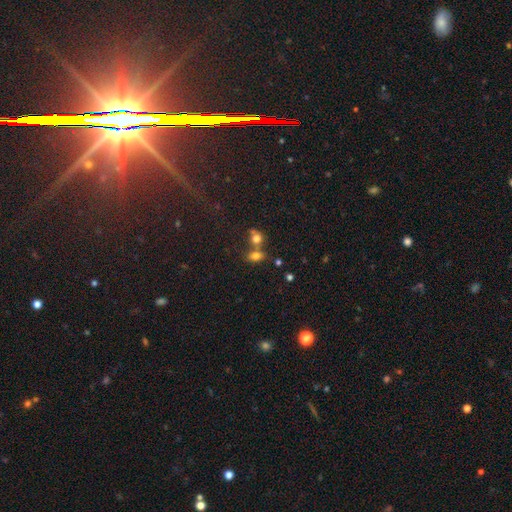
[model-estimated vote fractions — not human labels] smooth 75%, star or artifact 14%, featured or disk 11%. Down the decision tree: how rounded — in between (73%); merging — none (43%, tied with merger).